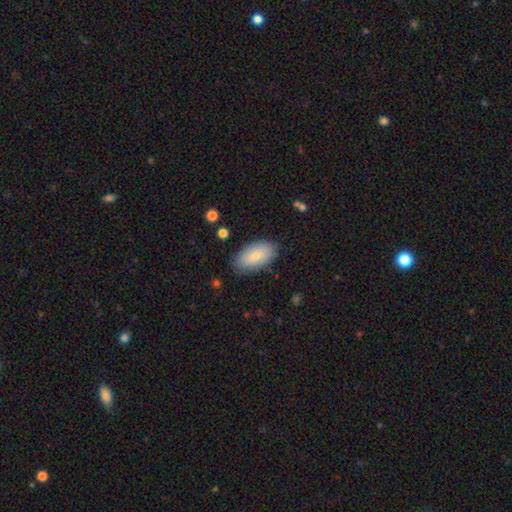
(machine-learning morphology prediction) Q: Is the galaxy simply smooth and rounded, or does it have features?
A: smooth — 81%.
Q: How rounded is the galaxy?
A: in between — 94%.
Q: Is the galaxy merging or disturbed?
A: none — 84%.